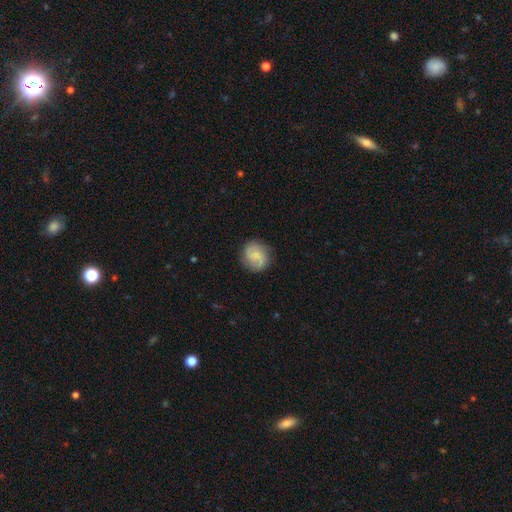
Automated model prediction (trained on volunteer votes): Smooth or featured? Predicted: smooth (p=0.51). How rounded? Predicted: round (p=0.80). Merging? Predicted: none (p=0.81).